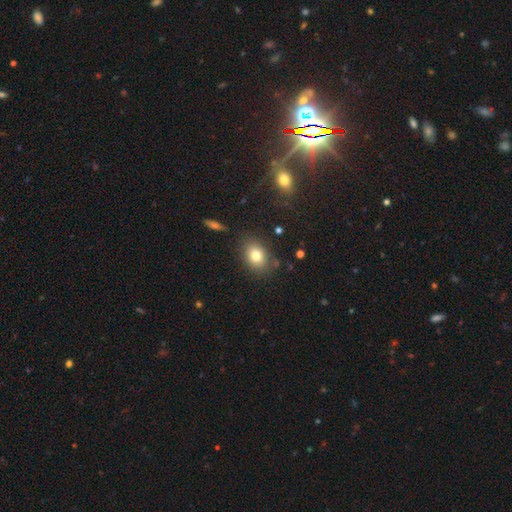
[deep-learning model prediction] Smooth or featured? Predicted: smooth (p=0.78). How rounded? Predicted: in between (p=0.63). Merging? Predicted: none (p=0.81).